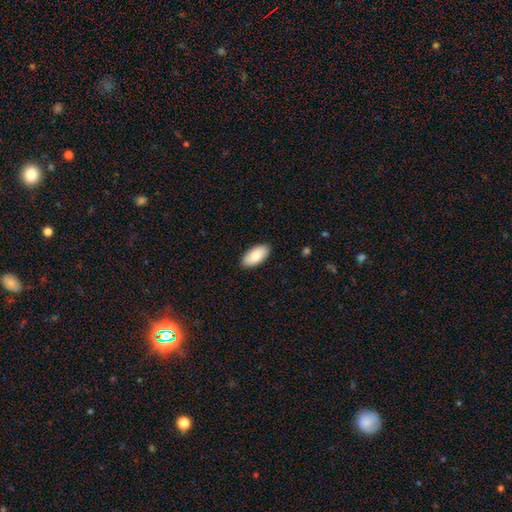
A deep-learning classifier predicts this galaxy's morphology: Smooth or featured? Predicted: smooth (p=0.83). How rounded? Predicted: in between (p=0.94). Merging? Predicted: none (p=0.89).